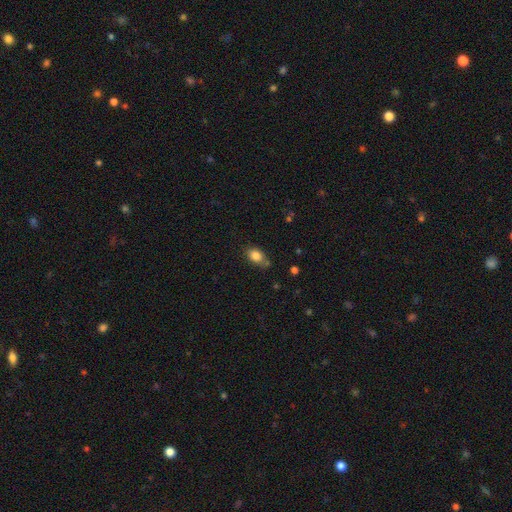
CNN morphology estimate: smooth 84%, star or artifact 9%, featured or disk 7%. Down the decision tree: how rounded — in between (80%); merging — none (67%).